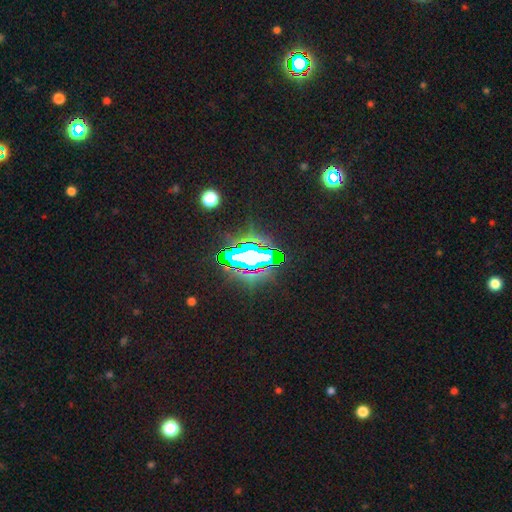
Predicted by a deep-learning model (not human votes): A star or artifact, not a galaxy (71%).

Vote fractions:
- Smooth or featured? star or artifact: 71% / smooth: 15% / featured or disk: 14%